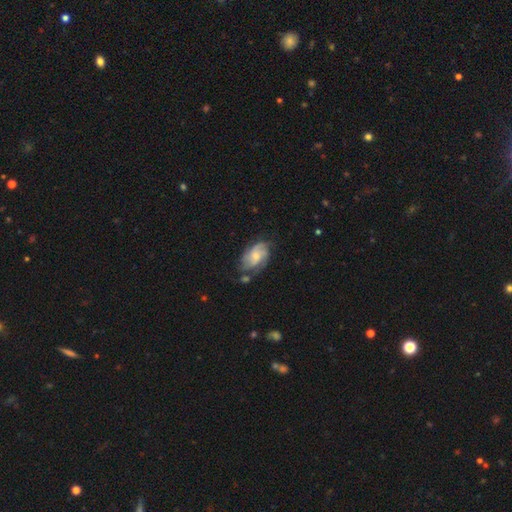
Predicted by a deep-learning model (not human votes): smooth_or_featured: featured or disk (p=0.69) [alt: smooth p=0.25]
disk_edge_on: no (p=0.97) [alt: yes p=0.03]
bar: no (p=0.63) [alt: weak p=0.32]
has_spiral_arms: yes (p=0.91) [alt: no p=0.09]
spiral_winding: medium (p=0.42) [alt: tight p=0.39]
spiral_arm_count: 3 (p=0.32) [alt: can't tell p=0.26]
bulge_size: small (p=0.48) [alt: moderate p=0.44]
merging: none (p=0.57) [alt: minor disturbance p=0.25]